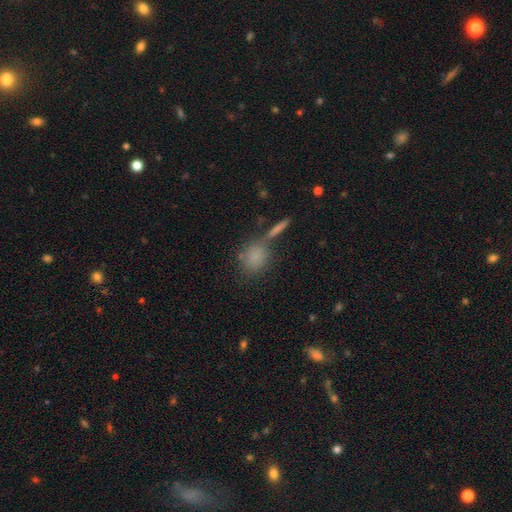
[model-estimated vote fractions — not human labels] smooth-or-featured: smooth: 77% | star or artifact: 13% | featured or disk: 10%
  how-rounded: round: 52% | in between: 41% | cigar-shaped: 7%
  merging: none: 59% | merger: 21% | minor disturbance: 13% | major disturbance: 6%